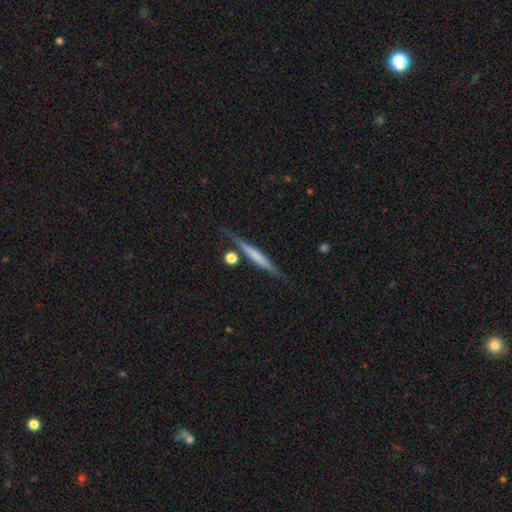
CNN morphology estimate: Overall: featured or disk (56%; smooth 37%). Edge-on disk: yes (96%). Edge-on bulge: none (59%; boxy 21%). Merging: none (80%).